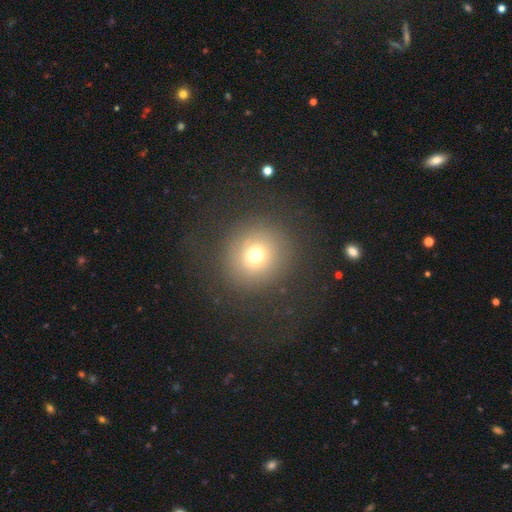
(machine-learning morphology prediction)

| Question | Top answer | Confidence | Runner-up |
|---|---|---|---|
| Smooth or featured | smooth | 69% | star or artifact (18%) |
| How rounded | round | 92% | in between (7%) |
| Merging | none | 83% | minor disturbance (8%) |